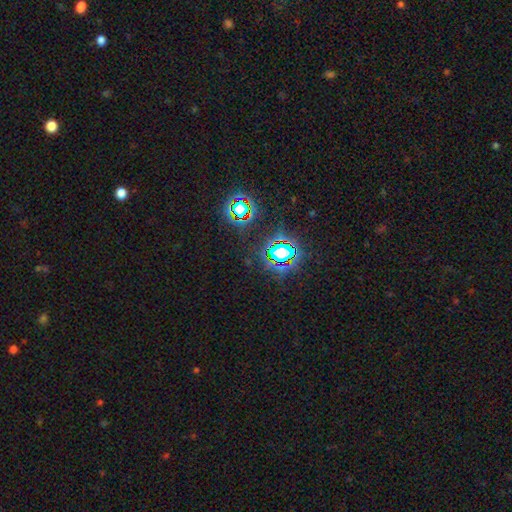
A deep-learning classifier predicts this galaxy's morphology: type=star or artifact (78%).